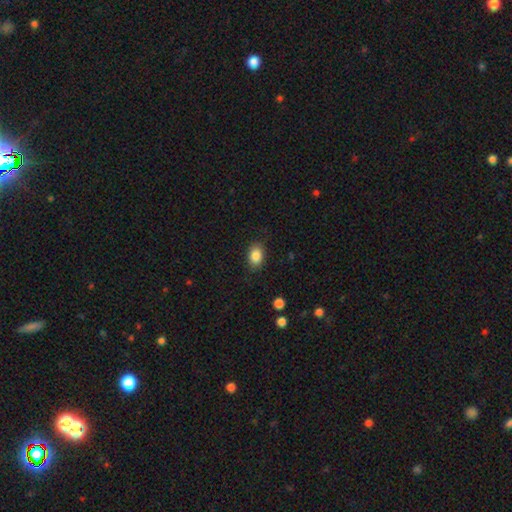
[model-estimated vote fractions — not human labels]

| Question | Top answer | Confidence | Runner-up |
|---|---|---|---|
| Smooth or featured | smooth | 86% | star or artifact (8%) |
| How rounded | in between | 80% | round (19%) |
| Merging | none | 85% | minor disturbance (11%) |